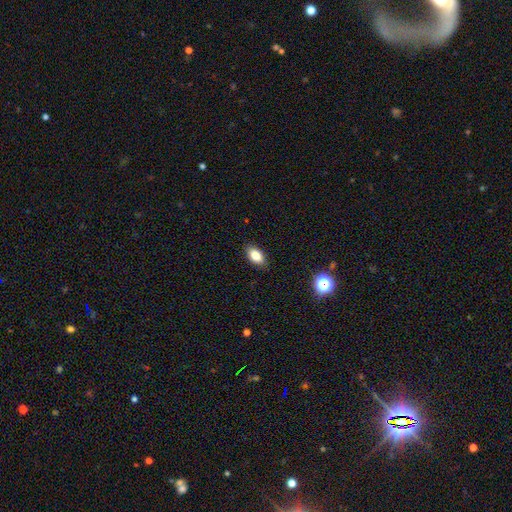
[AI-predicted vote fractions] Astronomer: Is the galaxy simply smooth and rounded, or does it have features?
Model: smooth — 84%.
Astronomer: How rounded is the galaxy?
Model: in between — 90%.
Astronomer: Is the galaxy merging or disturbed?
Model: none — 87%.